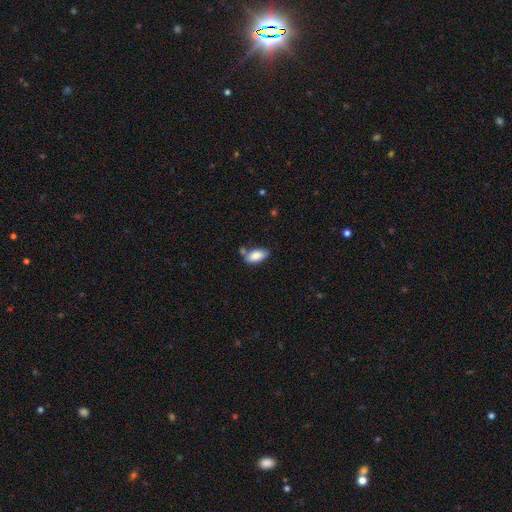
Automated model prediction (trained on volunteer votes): Smooth or featured?
  - smooth: 85% *
  - featured or disk: 8%
  - star or artifact: 7%
How rounded?
  - in between: 92% *
  - cigar-shaped: 5%
  - round: 3%
Merging?
  - none: 59% *
  - minor disturbance: 21%
  - merger: 15%
  - major disturbance: 5%